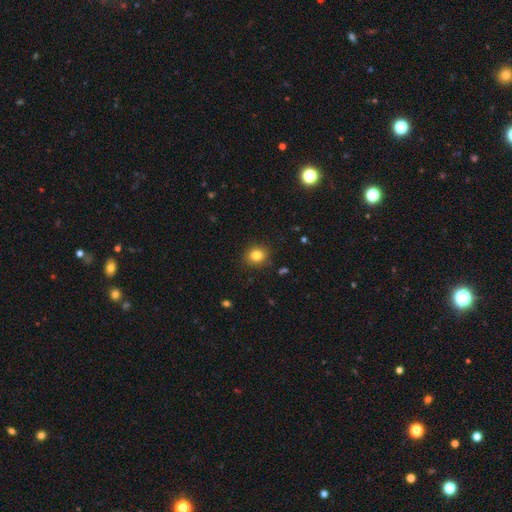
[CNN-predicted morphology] Smooth or featured?
  - smooth: 82% *
  - star or artifact: 12%
  - featured or disk: 6%
How rounded?
  - round: 74% *
  - in between: 25%
  - cigar-shaped: 1%
Merging?
  - none: 88% *
  - minor disturbance: 9%
  - major disturbance: 2%
  - merger: 1%